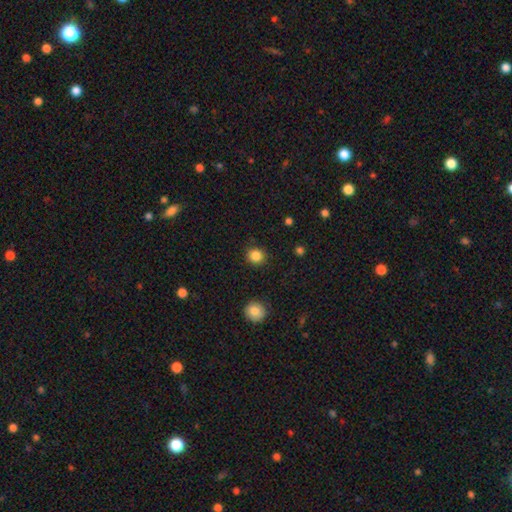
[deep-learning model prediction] smooth 85%, star or artifact 11%, featured or disk 4%. Down the decision tree: how rounded — round (87%); merging — none (90%).